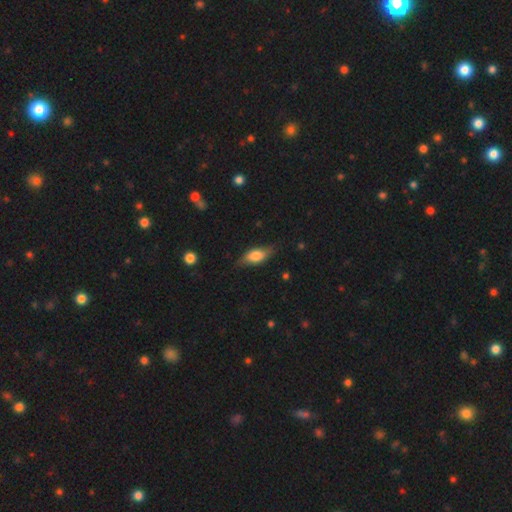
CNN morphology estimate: smooth 67%, featured or disk 26%, star or artifact 7%. Down the decision tree: how rounded — in between (80%); merging — none (73%).